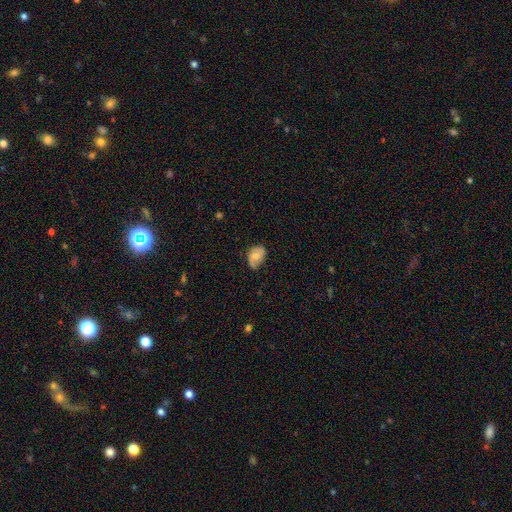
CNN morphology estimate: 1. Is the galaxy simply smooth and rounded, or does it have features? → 61% smooth, 31% featured or disk, 8% star or artifact.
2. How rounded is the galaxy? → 75% in between, 24% round, 1% cigar-shaped.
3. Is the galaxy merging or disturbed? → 52% none, 37% minor disturbance, 9% major disturbance, 2% merger.